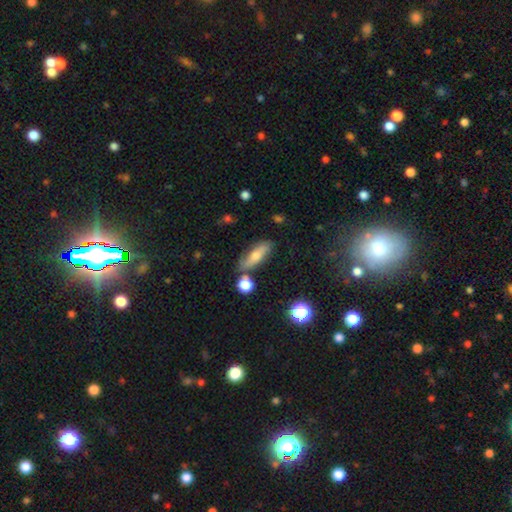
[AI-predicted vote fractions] A smooth galaxy with no disk features (60%) that is cigar-shaped (48%).

Vote fractions:
- Smooth or featured? smooth: 60% / featured or disk: 31% / star or artifact: 9%
- How rounded? cigar-shaped: 48% / in between: 47% / round: 4%
- Merging? none: 71% / minor disturbance: 17% / merger: 8% / major disturbance: 4%